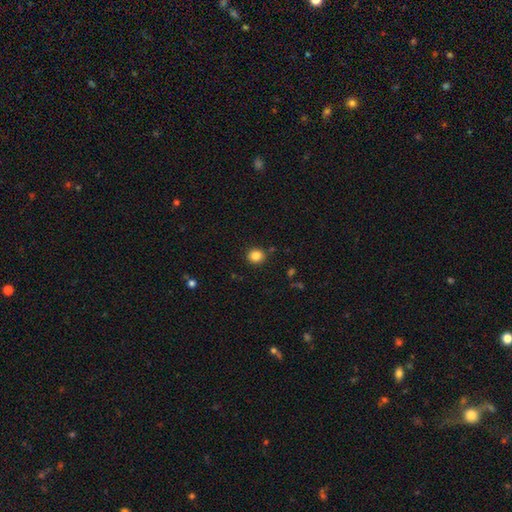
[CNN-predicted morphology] A smooth galaxy with no disk features (85%) that is round (89%). Merging: none (89%).